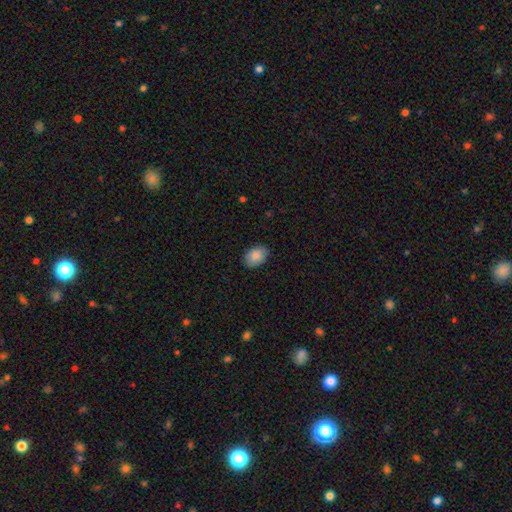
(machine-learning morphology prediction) Smooth or featured: smooth — 87% (star or artifact — 7%)
How rounded: in between — 82% (round — 17%)
Merging: none — 85% (minor disturbance — 12%)